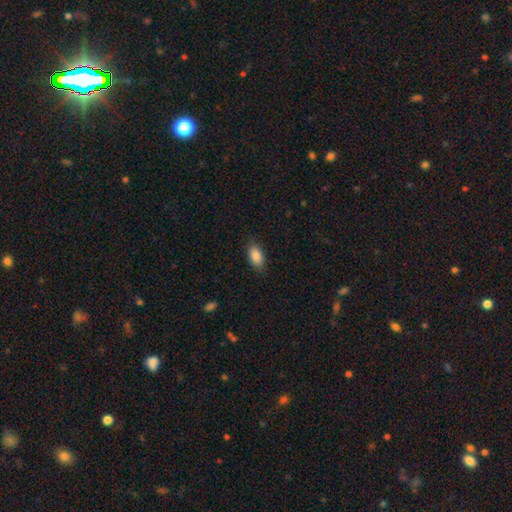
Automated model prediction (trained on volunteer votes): smooth_or_featured: smooth (p=0.88) [alt: star or artifact p=0.07]
how_rounded: in between (p=0.92) [alt: round p=0.05]
merging: none (p=0.85) [alt: minor disturbance p=0.12]